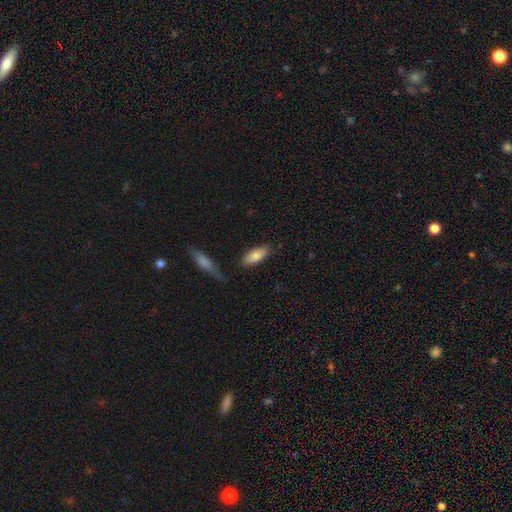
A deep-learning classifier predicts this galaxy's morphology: The model was most divided on "merging": none: 78%, minor disturbance: 15%, merger: 4%, major disturbance: 3%. More confident: how rounded — in between (83%); smooth or featured — smooth (80%).